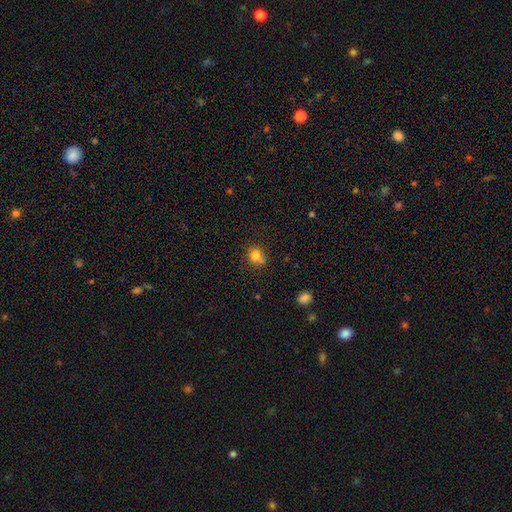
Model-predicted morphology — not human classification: smooth-or-featured: smooth: 80% | star or artifact: 13% | featured or disk: 8%
  how-rounded: round: 84% | in between: 15% | cigar-shaped: 1%
  merging: none: 66% | minor disturbance: 16% | merger: 13% | major disturbance: 4%